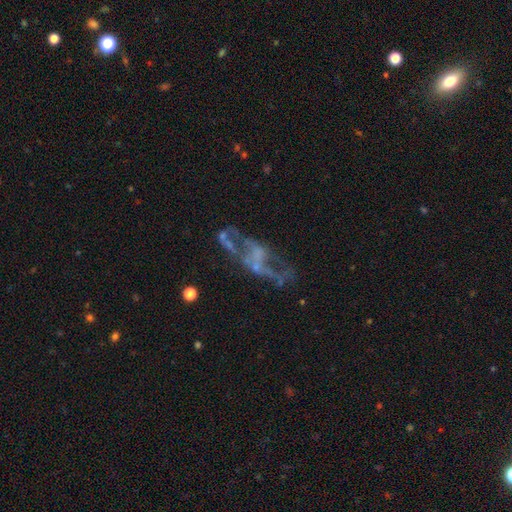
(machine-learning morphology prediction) smooth_or_featured: featured or disk (p=0.68) [alt: star or artifact p=0.18]
disk_edge_on: no (p=0.91) [alt: yes p=0.09]
bar: no (p=0.75) [alt: weak p=0.18]
has_spiral_arms: no (p=0.67) [alt: yes p=0.33]
bulge_size: none (p=0.67) [alt: small p=0.20]
merging: none (p=0.46) [alt: major disturbance p=0.29]